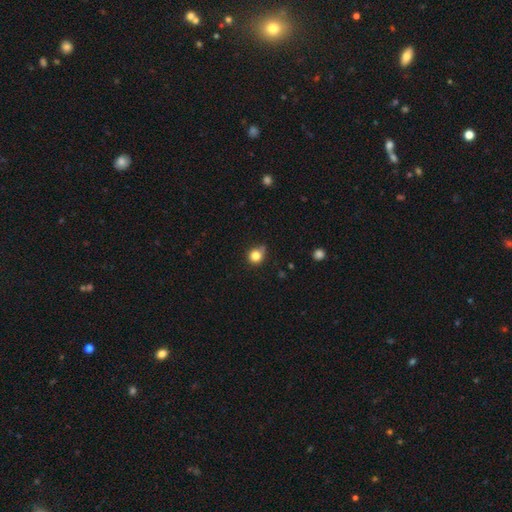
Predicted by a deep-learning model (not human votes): Overall: smooth (82%). How rounded: round (87%). Merging: none (67%).